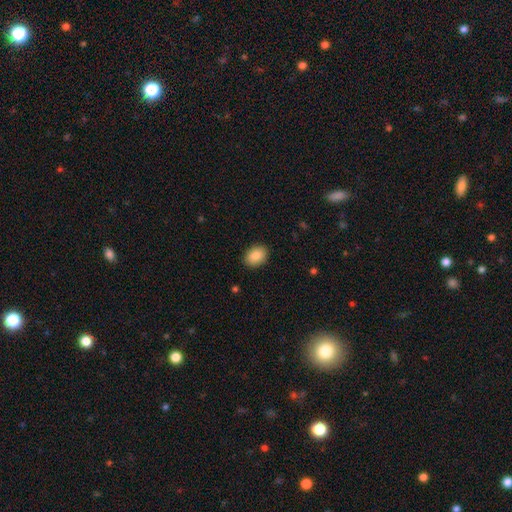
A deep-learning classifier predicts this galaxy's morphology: type=smooth (87%); roundness=in between (71%); merging=none (90%).